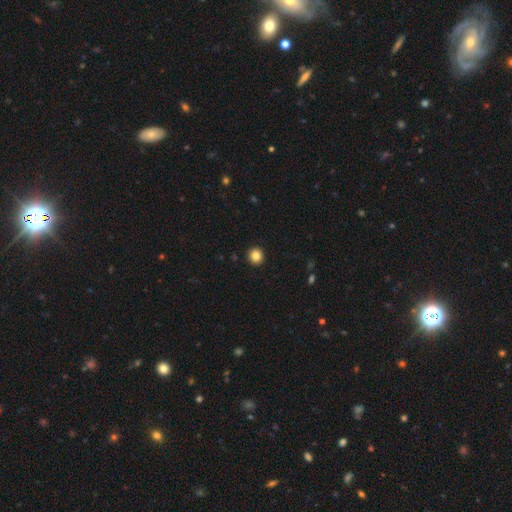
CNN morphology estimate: Overall: smooth (85%). How rounded: round (91%). Merging: none (93%).